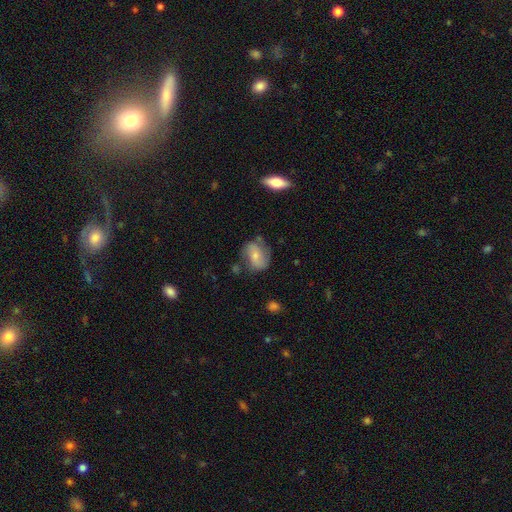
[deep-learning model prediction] smooth_or_featured: featured or disk (p=0.48) [alt: smooth p=0.44]
merging: none (p=0.61) [alt: minor disturbance p=0.24]